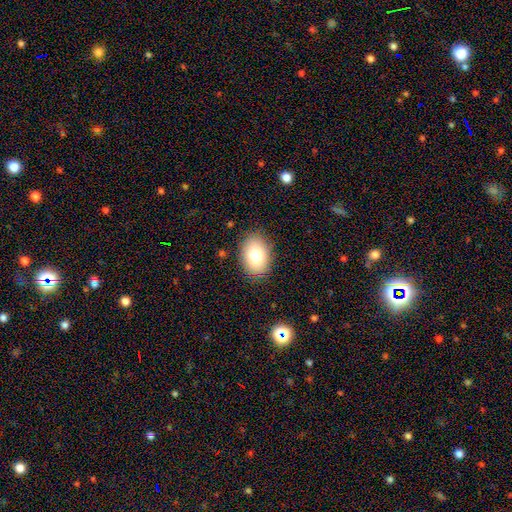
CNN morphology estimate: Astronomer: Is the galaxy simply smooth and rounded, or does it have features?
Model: smooth — 78%.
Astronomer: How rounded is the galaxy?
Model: in between — 82%.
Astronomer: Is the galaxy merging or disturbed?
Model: none — 86%.